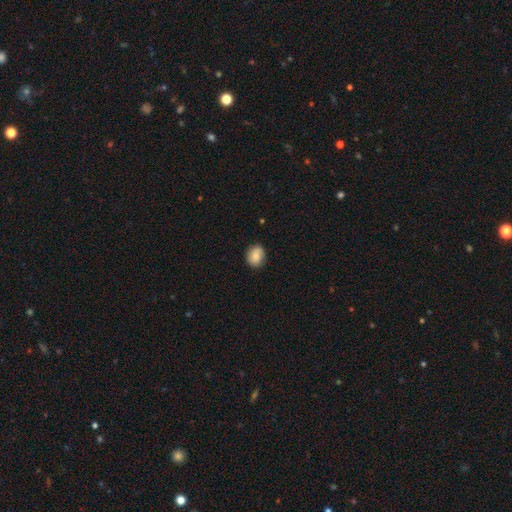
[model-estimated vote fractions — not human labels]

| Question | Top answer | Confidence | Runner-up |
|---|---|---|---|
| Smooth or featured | smooth | 77% | featured or disk (15%) |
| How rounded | round | 56% | in between (43%) |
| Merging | none | 83% | minor disturbance (14%) |